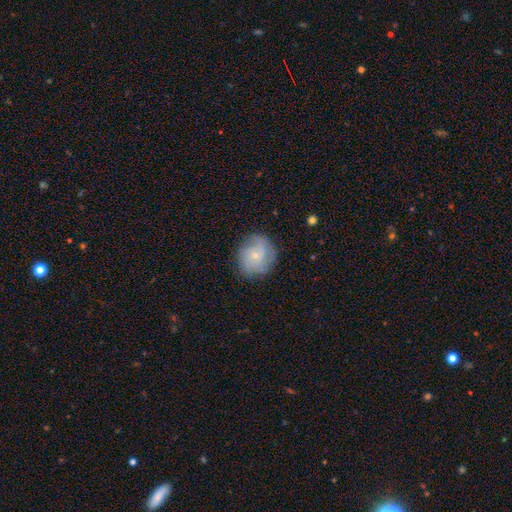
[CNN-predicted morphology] smooth-or-featured: smooth: 47% | featured or disk: 44% | star or artifact: 9%
  merging: none: 75% | minor disturbance: 17% | major disturbance: 6% | merger: 1%